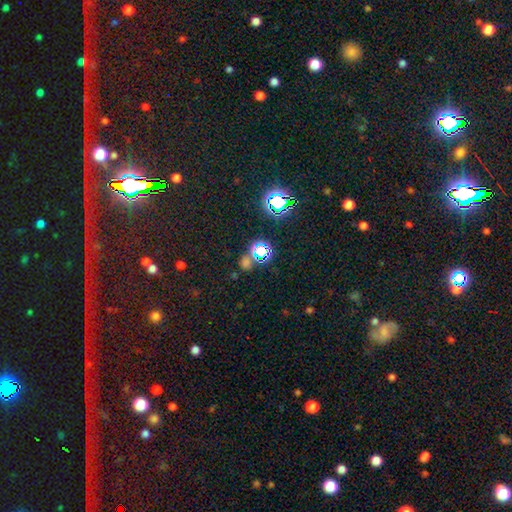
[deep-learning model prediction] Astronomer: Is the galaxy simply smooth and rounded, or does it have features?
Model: star or artifact — 73%.